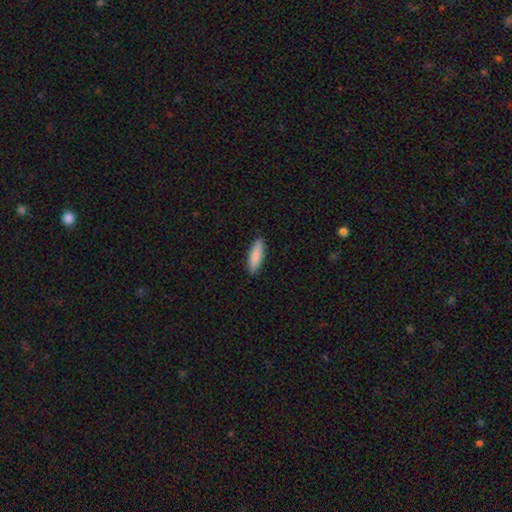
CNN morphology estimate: smooth 87%, featured or disk 8%, star or artifact 6%. Down the decision tree: how rounded — cigar-shaped (58%); merging — none (88%).